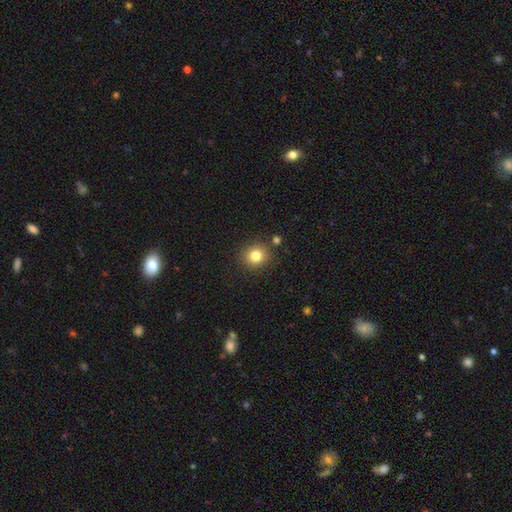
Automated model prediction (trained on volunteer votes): Smooth or featured?
  - smooth: 81% *
  - star or artifact: 12%
  - featured or disk: 7%
How rounded?
  - round: 86% *
  - in between: 13%
  - cigar-shaped: 1%
Merging?
  - none: 86% *
  - minor disturbance: 8%
  - merger: 4%
  - major disturbance: 2%